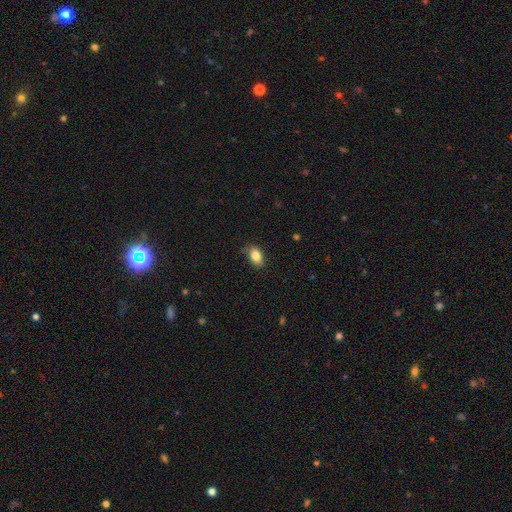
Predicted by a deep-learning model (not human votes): smooth 85%, star or artifact 8%, featured or disk 7%. Down the decision tree: how rounded — in between (88%); merging — none (78%).